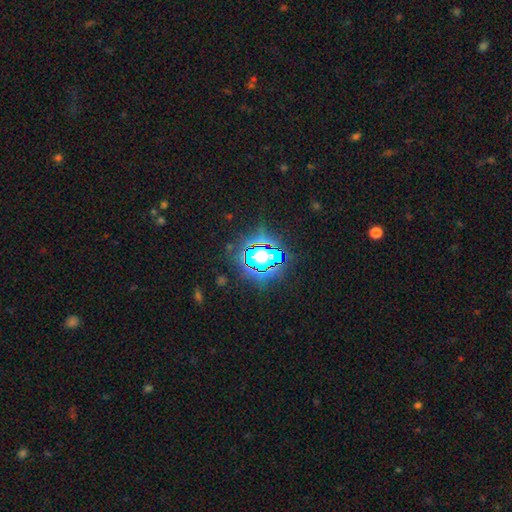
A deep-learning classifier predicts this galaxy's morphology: A star or artifact, not a galaxy (77%).

Vote fractions:
- Smooth or featured? star or artifact: 77% / smooth: 14% / featured or disk: 9%